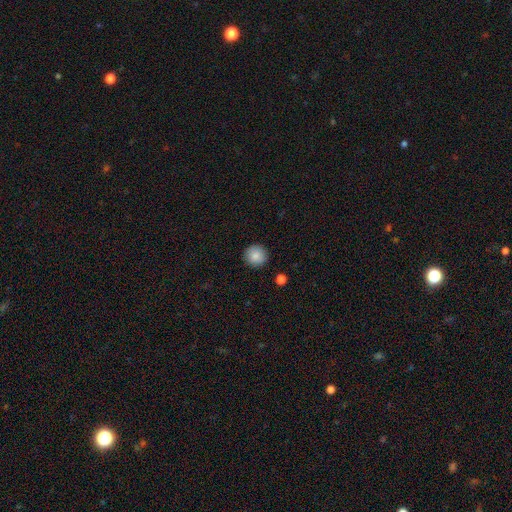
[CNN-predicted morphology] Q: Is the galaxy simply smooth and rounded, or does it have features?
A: smooth — 86%.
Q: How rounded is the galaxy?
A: round — 95%.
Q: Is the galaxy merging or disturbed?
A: none — 92%.